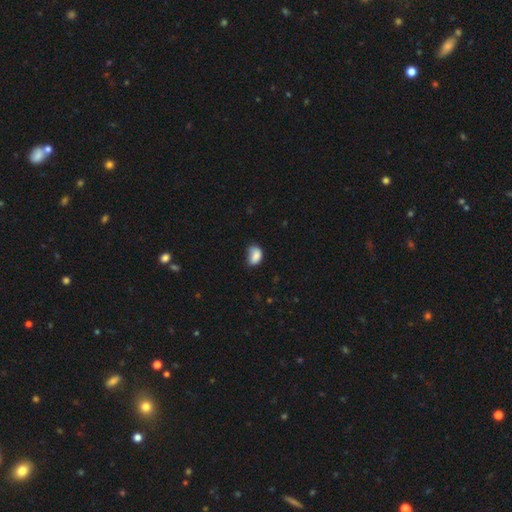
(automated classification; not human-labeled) Q: Smooth or featured?
A: smooth (82%); runner-up: featured or disk (9%)
Q: How rounded?
A: in between (78%); runner-up: round (21%)
Q: Merging?
A: minor disturbance (41%); runner-up: none (39%)